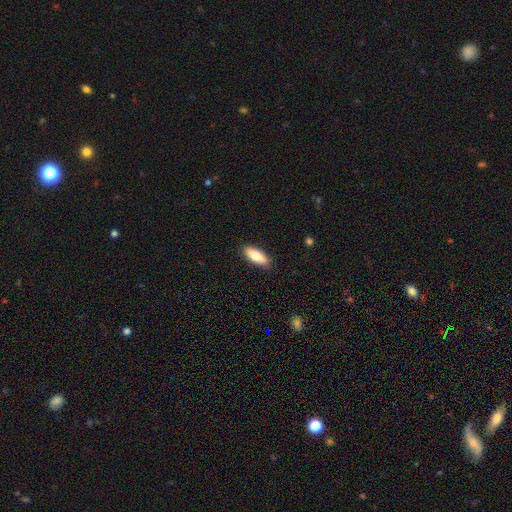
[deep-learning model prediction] Morphology: type=smooth (77%); roundness=in between (69%); merging=none (88%).